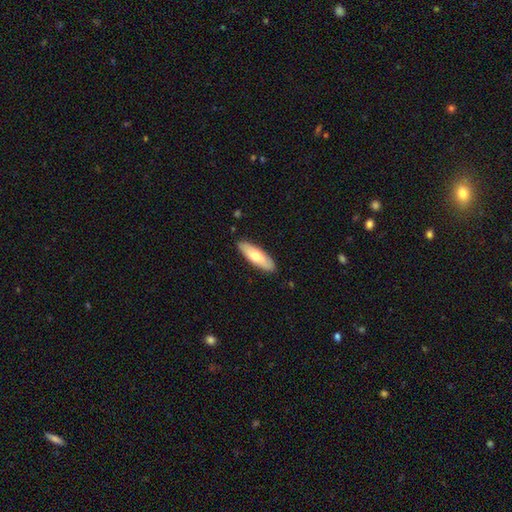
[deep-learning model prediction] This is likely a smooth galaxy (67%). How rounded: possibly in between (53%). Merging: clearly none (88%).